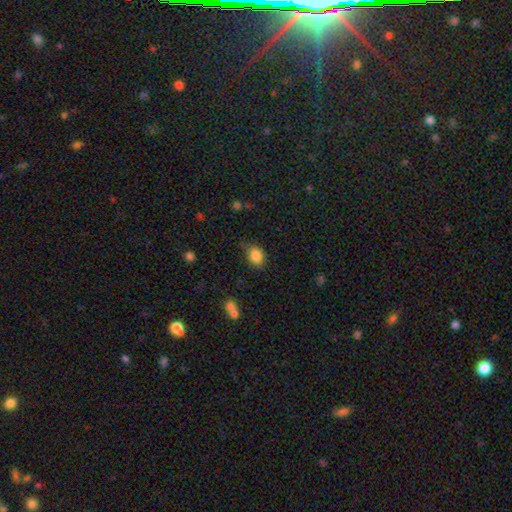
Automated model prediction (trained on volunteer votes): Q: Smooth or featured?
A: smooth (86%); runner-up: star or artifact (9%)
Q: How rounded?
A: in between (60%); runner-up: round (39%)
Q: Merging?
A: none (67%); runner-up: minor disturbance (24%)